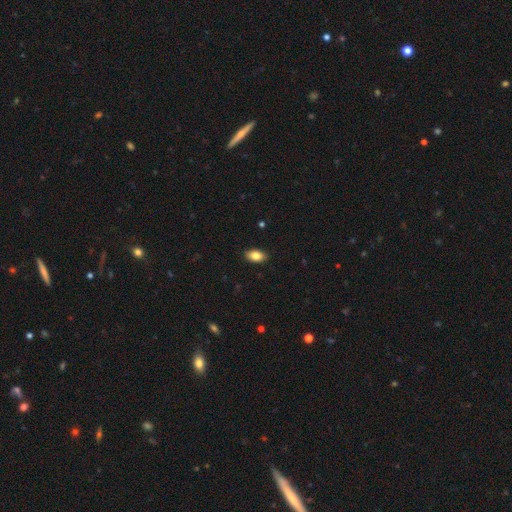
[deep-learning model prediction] Morphology: type=smooth (84%); roundness=in between (92%); merging=none (89%).